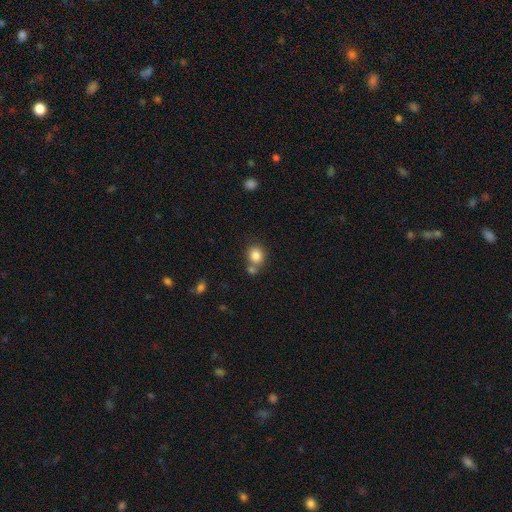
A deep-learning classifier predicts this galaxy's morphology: type=smooth (83%); roundness=round (78%); merging=none (57%).